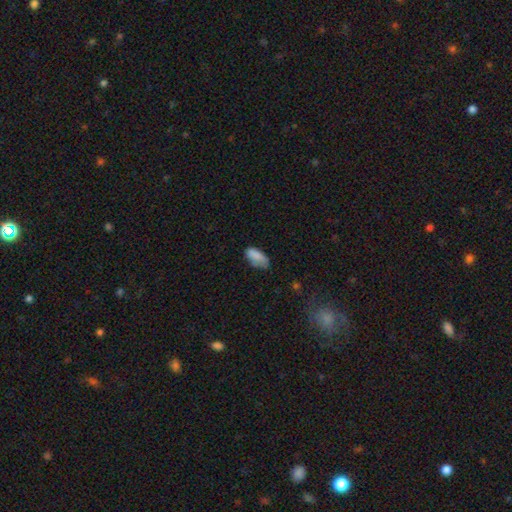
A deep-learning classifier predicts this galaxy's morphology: This is clearly a smooth galaxy (83%). How rounded: clearly in between (89%). Merging: possibly none (54%).